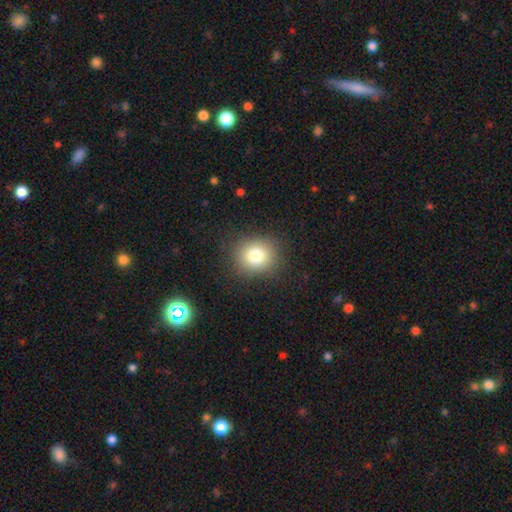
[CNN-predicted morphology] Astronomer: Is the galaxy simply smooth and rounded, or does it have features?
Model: smooth — 79%.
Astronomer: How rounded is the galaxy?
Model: round — 78%.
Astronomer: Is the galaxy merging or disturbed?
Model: none — 86%.